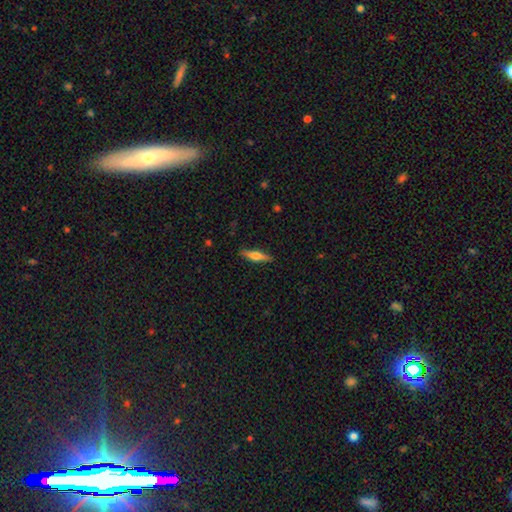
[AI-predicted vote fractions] Smooth or featured? Predicted: smooth (p=0.48). Merging? Predicted: none (p=0.88).